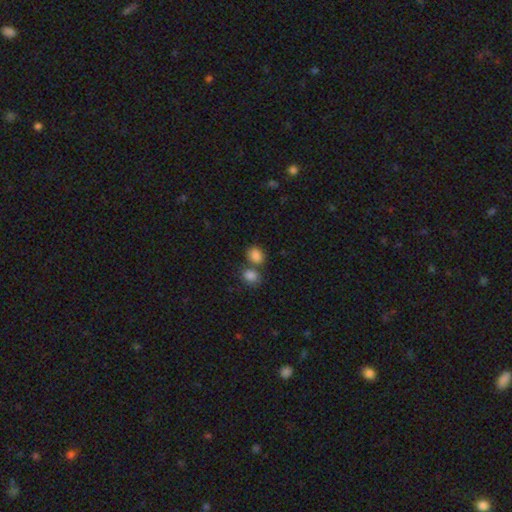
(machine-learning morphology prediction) type=smooth (84%); roundness=in between (56%); merging=none (46%).